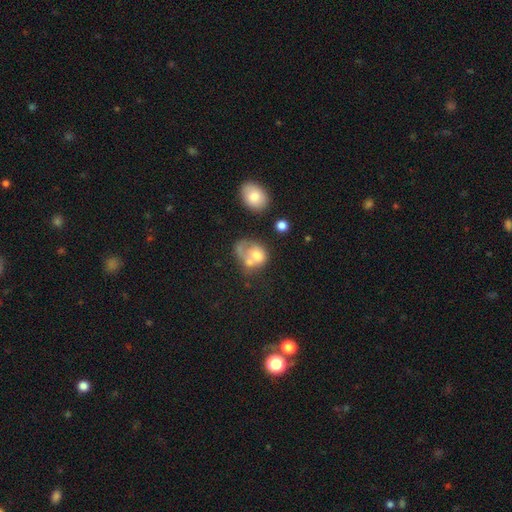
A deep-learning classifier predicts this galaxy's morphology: Smooth or featured?
  - smooth: 59% *
  - featured or disk: 31%
  - star or artifact: 10%
How rounded?
  - in between: 51% *
  - round: 48%
  - cigar-shaped: 1%
Merging?
  - merger: 42% *
  - major disturbance: 23%
  - none: 20%
  - minor disturbance: 15%